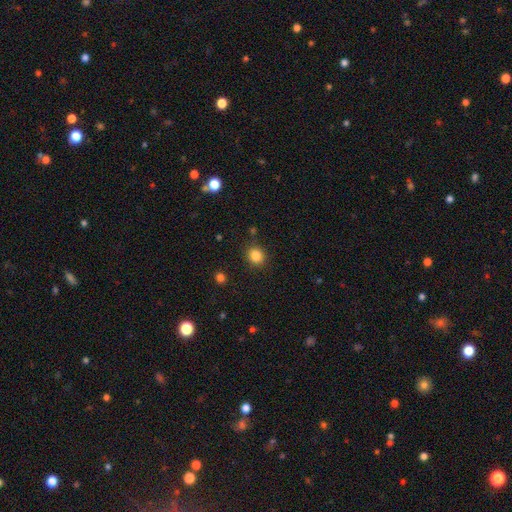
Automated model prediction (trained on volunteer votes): This is clearly a smooth galaxy (84%). How rounded: clearly round (83%). Merging: clearly none (86%).